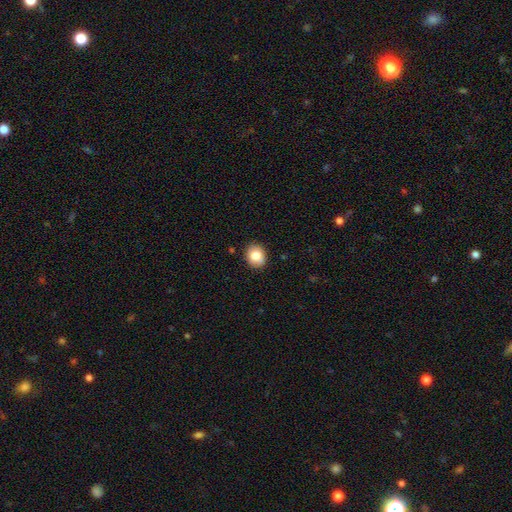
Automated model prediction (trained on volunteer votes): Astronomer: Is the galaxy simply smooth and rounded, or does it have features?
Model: smooth — 82%.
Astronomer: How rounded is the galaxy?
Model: round — 58% (runner-up: in between, 41%).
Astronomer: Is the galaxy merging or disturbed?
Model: none — 86%.